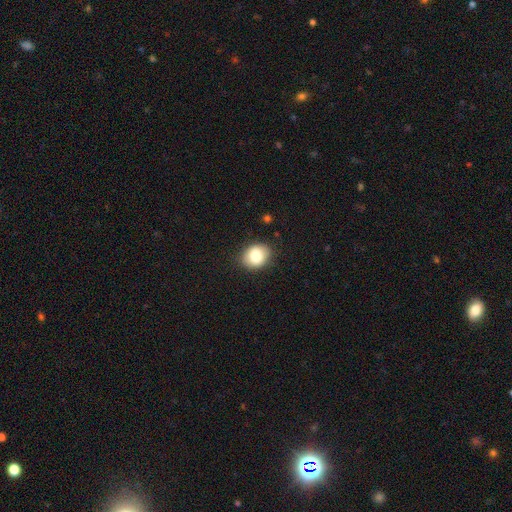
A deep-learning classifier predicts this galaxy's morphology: smooth-or-featured: smooth: 82% | featured or disk: 10% | star or artifact: 8%
  how-rounded: round: 51% | in between: 49% | cigar-shaped: 1%
  merging: none: 85% | minor disturbance: 11% | major disturbance: 3% | merger: 1%